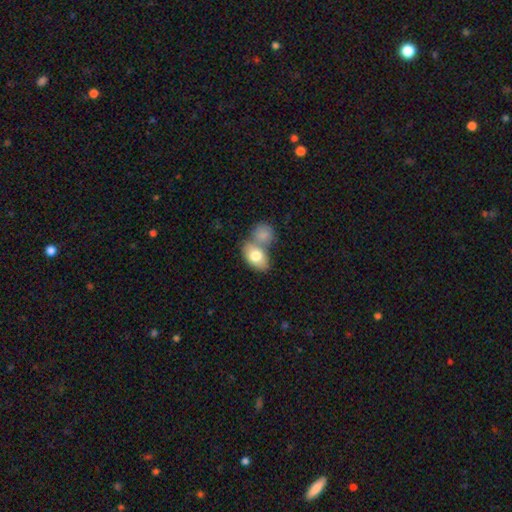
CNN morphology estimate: smooth_or_featured: smooth (p=0.77) [alt: featured or disk p=0.17]
how_rounded: in between (p=0.85) [alt: round p=0.13]
merging: merger (p=0.53) [alt: none p=0.32]